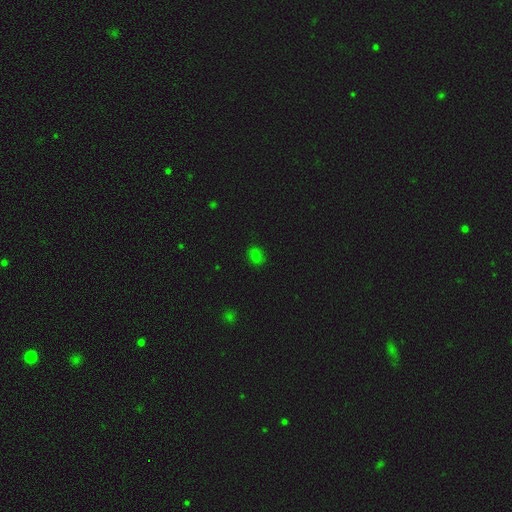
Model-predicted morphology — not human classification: Smooth or featured? Predicted: smooth (p=0.75). How rounded? Predicted: in between (p=0.50). Merging? Predicted: none (p=0.84).